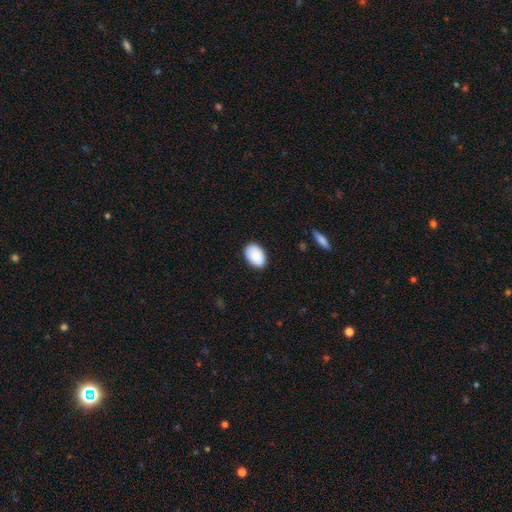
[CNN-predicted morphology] smooth-or-featured: smooth: 88% | star or artifact: 6% | featured or disk: 6%
  how-rounded: in between: 87% | round: 12% | cigar-shaped: 1%
  merging: none: 86% | minor disturbance: 11% | major disturbance: 2% | merger: 1%